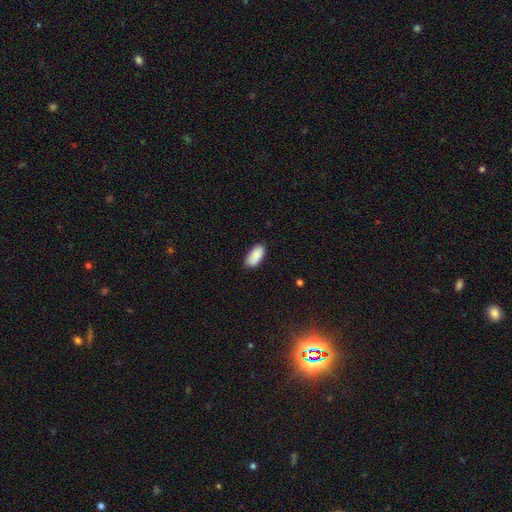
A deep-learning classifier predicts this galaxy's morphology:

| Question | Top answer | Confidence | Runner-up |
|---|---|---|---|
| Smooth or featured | smooth | 88% | star or artifact (6%) |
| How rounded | in between | 93% | cigar-shaped (4%) |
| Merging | none | 82% | minor disturbance (14%) |